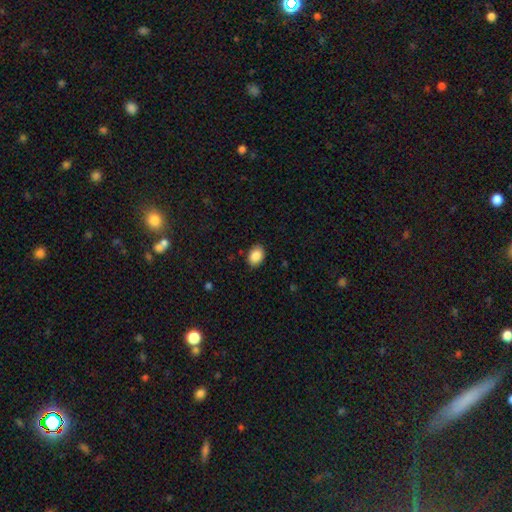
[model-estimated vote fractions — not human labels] This appears to be a smooth galaxy with no disk features (88%) that is in between round and cigar-shaped (78%). Merging: none (87%).